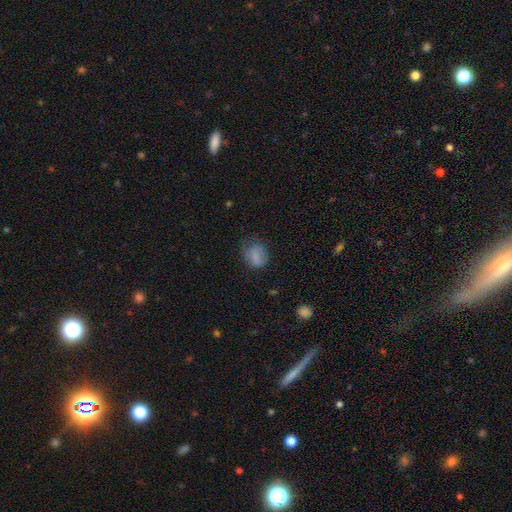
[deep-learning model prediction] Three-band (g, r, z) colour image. It shows a smooth galaxy with no disk features (79%) that is in between round and cigar-shaped (52%). Merging: none (51%).